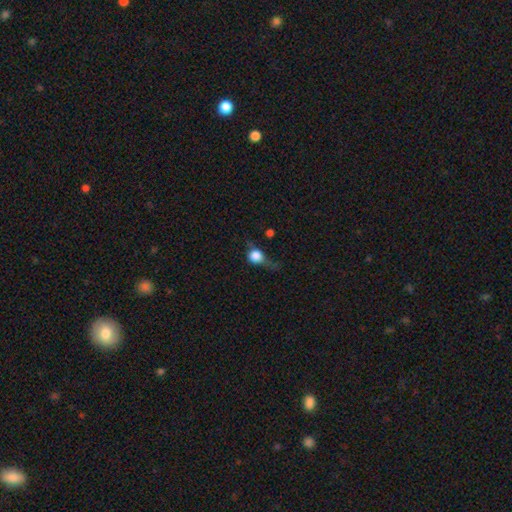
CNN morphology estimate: The model was most divided on "merging": none: 36%, major disturbance: 32%, minor disturbance: 27%, merger: 5%. More confident: how rounded — round (81%); smooth or featured — smooth (67%).